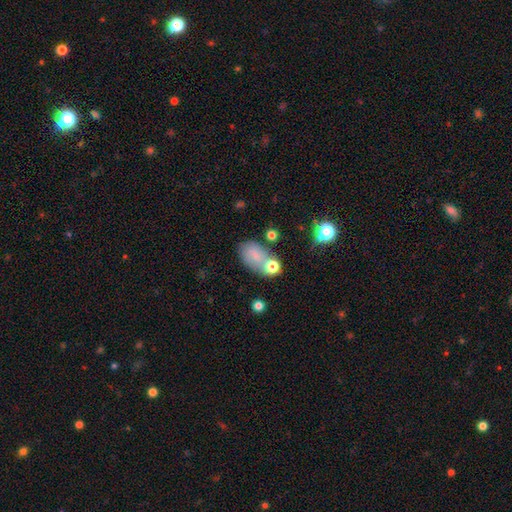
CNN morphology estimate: Smooth or featured?
  - smooth: 70% *
  - featured or disk: 17%
  - star or artifact: 12%
How rounded?
  - in between: 83% *
  - round: 15%
  - cigar-shaped: 2%
Merging?
  - none: 51% *
  - minor disturbance: 20%
  - merger: 20%
  - major disturbance: 9%